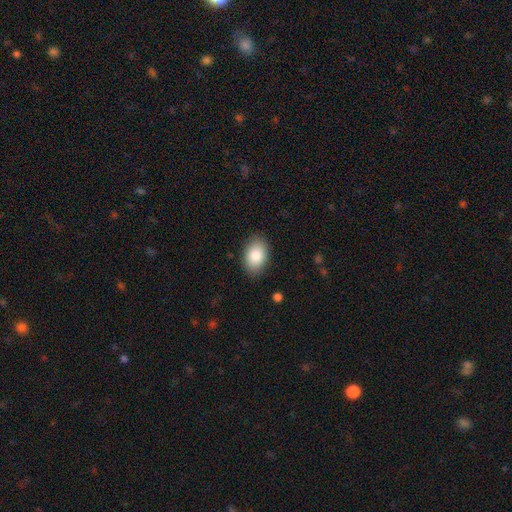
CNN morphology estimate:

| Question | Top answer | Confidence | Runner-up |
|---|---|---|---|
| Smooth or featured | smooth | 85% | featured or disk (9%) |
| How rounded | in between | 89% | round (10%) |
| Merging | none | 86% | minor disturbance (10%) |